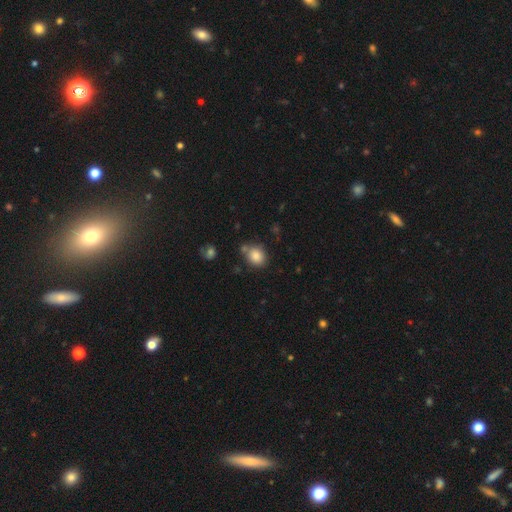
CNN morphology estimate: Q: Smooth or featured?
A: smooth (84%); runner-up: star or artifact (10%)
Q: How rounded?
A: round (57%); runner-up: in between (42%)
Q: Merging?
A: none (67%); runner-up: minor disturbance (16%)